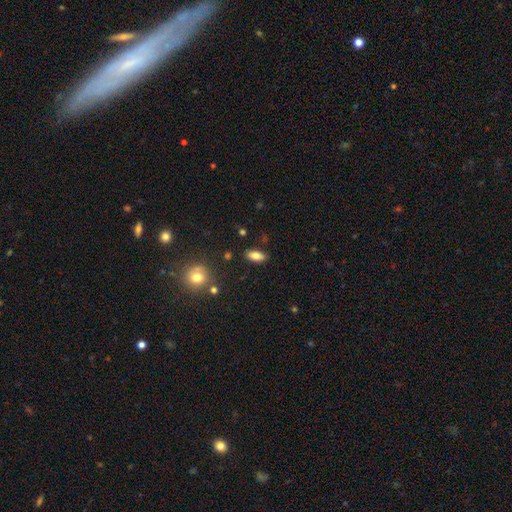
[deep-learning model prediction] Smooth or featured? Predicted: smooth (p=0.80). How rounded? Predicted: in between (p=0.85). Merging? Predicted: none (p=0.85).